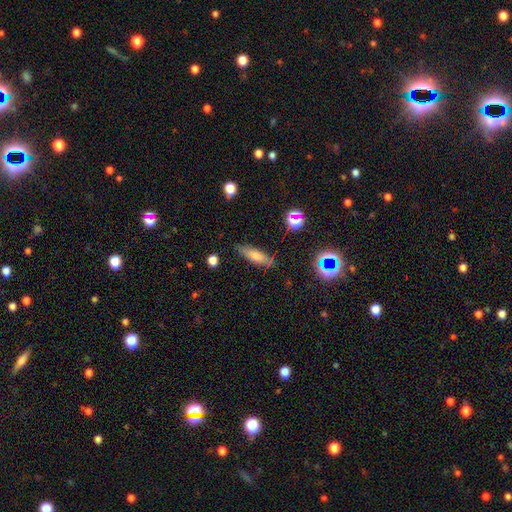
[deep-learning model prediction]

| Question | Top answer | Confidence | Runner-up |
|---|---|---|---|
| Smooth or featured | smooth | 64% | featured or disk (22%) |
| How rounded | cigar-shaped | 50% | in between (47%) |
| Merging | none | 77% | minor disturbance (16%) |